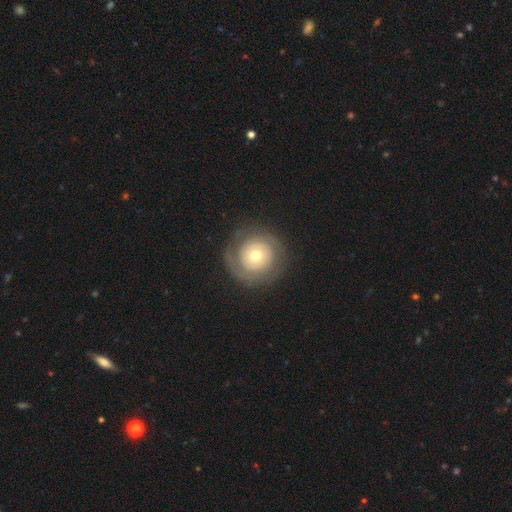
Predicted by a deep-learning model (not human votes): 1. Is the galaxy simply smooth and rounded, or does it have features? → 60% featured or disk, 33% smooth, 7% star or artifact.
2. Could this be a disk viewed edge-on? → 97% no, 3% yes.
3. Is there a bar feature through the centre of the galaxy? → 86% no, 10% weak, 3% strong.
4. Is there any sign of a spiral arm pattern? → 64% yes, 36% no.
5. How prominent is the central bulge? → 65% moderate, 25% small, 7% large, 1% dominant, 1% none.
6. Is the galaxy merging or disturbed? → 79% none, 12% minor disturbance, 7% major disturbance, 1% merger.